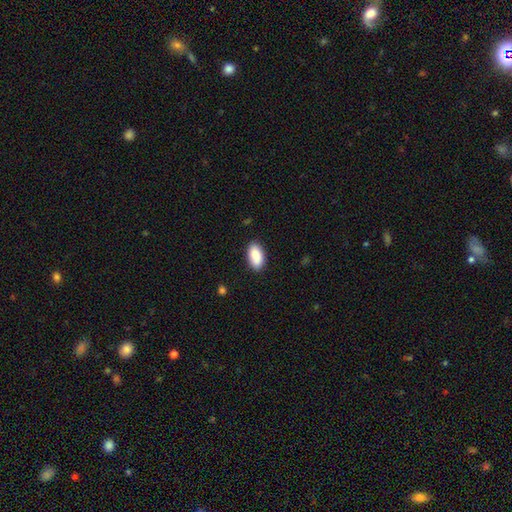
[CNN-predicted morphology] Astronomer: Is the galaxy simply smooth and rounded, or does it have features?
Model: smooth — 88%.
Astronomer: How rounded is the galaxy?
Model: in between — 94%.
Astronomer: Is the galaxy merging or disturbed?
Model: none — 85%.